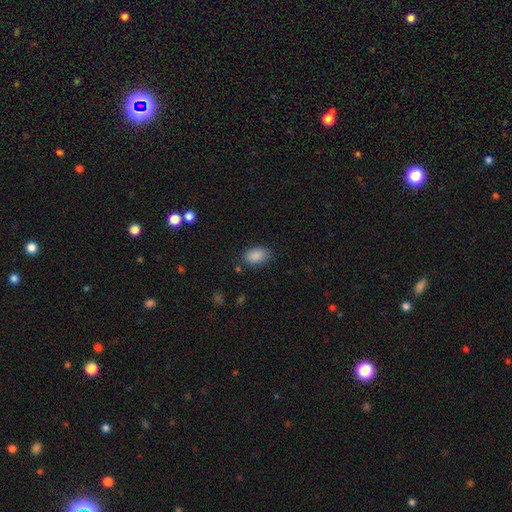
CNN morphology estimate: The model was most divided on "merging": none: 81%, minor disturbance: 14%, major disturbance: 4%, merger: 2%. More confident: smooth or featured — smooth (89%); how rounded — in between (89%).